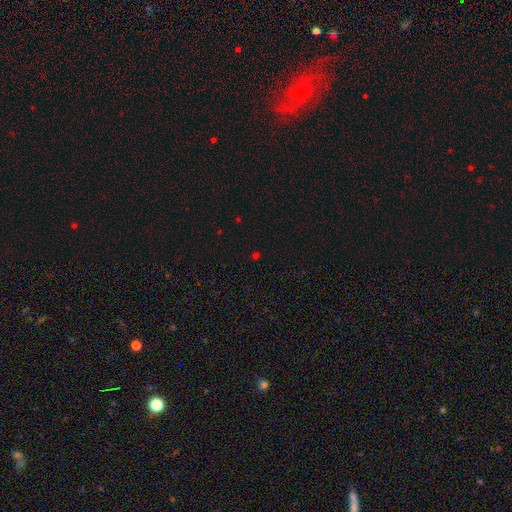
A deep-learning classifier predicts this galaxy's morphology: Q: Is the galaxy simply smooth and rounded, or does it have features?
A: star or artifact — 54%.